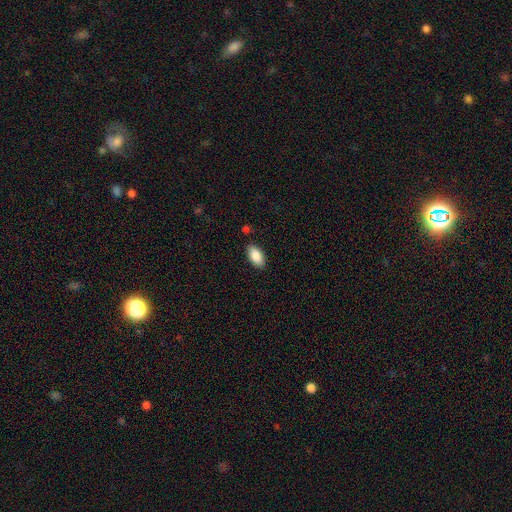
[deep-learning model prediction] smooth_or_featured: smooth (p=0.87) [alt: star or artifact p=0.07]
how_rounded: in between (p=0.94) [alt: cigar-shaped p=0.04]
merging: none (p=0.86) [alt: minor disturbance p=0.09]